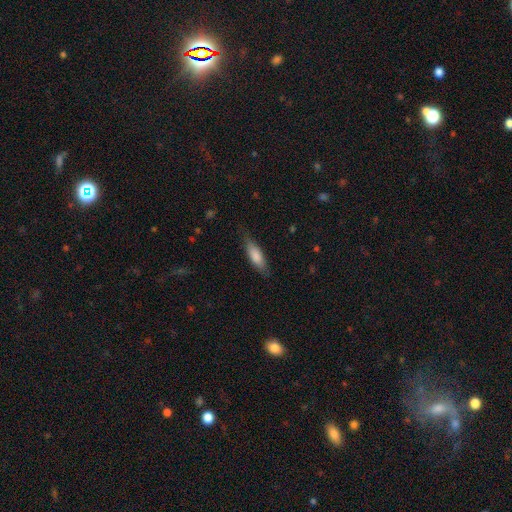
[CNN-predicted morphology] smooth 79%, featured or disk 15%, star or artifact 6%. Down the decision tree: how rounded — in between (56%); merging — none (75%).